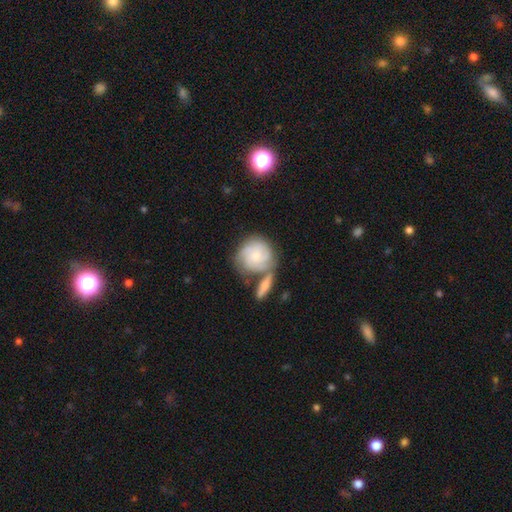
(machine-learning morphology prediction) smooth_or_featured: featured or disk (p=0.57) [alt: smooth p=0.37]
disk_edge_on: no (p=0.96) [alt: yes p=0.04]
bar: no (p=0.75) [alt: weak p=0.21]
has_spiral_arms: yes (p=0.86) [alt: no p=0.14]
bulge_size: small (p=0.54) [alt: moderate p=0.35]
merging: none (p=0.46) [alt: merger p=0.30]